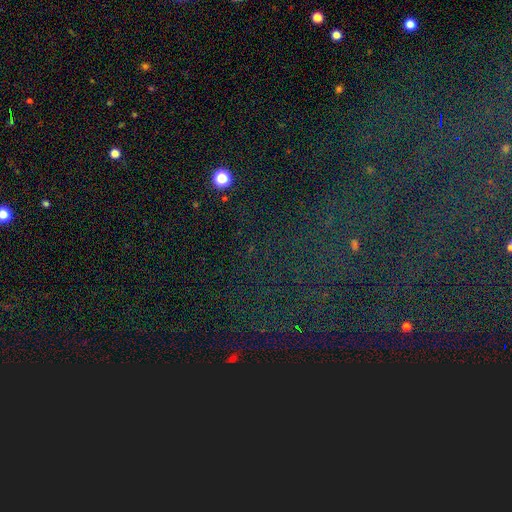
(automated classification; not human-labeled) A star or artifact, not a galaxy (83%).

Vote fractions:
- Smooth or featured? star or artifact: 83% / smooth: 9% / featured or disk: 8%